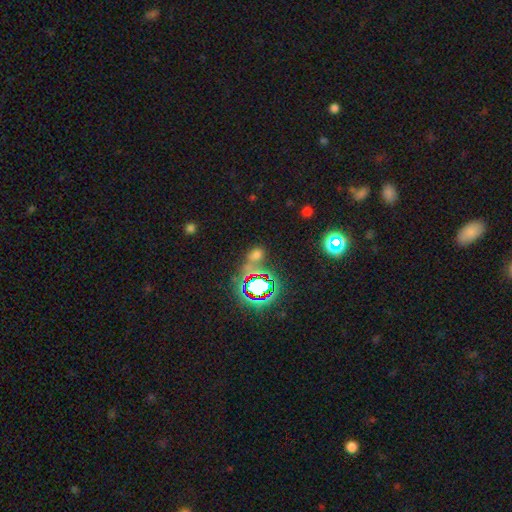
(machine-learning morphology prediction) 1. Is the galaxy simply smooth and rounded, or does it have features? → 46% star or artifact, 43% smooth, 10% featured or disk.